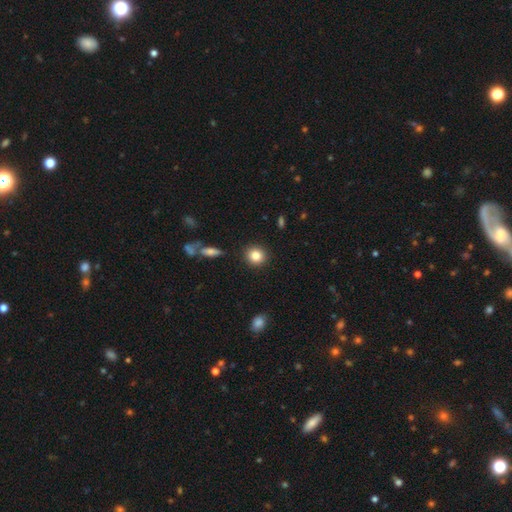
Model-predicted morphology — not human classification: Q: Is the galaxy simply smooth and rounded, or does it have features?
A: smooth — 83%.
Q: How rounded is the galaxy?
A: round — 87%.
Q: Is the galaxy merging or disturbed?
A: none — 90%.